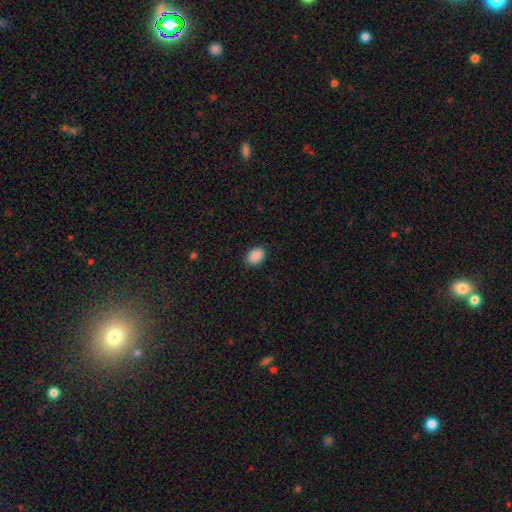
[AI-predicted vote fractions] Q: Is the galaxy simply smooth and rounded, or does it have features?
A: smooth — 90%.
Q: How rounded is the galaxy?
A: in between — 77%.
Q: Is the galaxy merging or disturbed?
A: none — 88%.